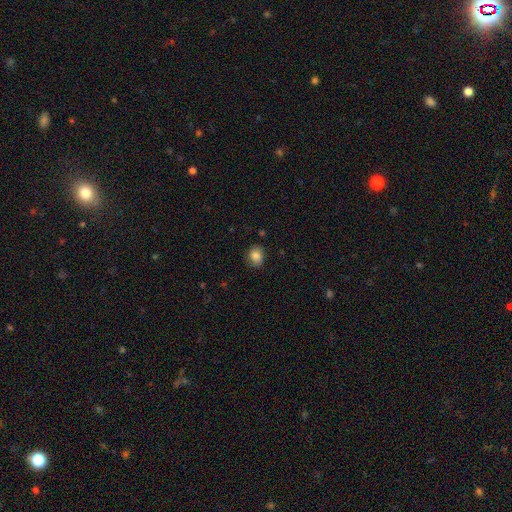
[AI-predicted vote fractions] Q: Smooth or featured?
A: smooth (84%); runner-up: star or artifact (9%)
Q: How rounded?
A: round (51%); runner-up: in between (48%)
Q: Merging?
A: none (82%); runner-up: minor disturbance (14%)